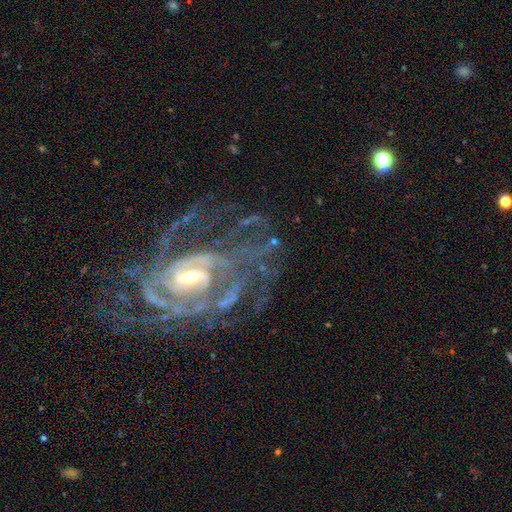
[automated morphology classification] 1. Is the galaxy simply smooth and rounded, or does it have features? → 88% featured or disk, 8% star or artifact, 4% smooth.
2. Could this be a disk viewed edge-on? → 97% no, 3% yes.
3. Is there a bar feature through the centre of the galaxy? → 45% weak, 28% no, 27% strong.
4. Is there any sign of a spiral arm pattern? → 95% yes, 5% no.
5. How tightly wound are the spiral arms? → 56% tight, 34% medium, 10% loose.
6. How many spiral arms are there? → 30% can't tell, 20% 2, 18% 3, 14% 4, 10% more than 4, 8% 1.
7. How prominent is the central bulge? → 46% small (tied), 46% moderate (tied), 5% large, 2% none, 1% dominant.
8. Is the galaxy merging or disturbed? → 58% none, 22% major disturbance, 18% minor disturbance, 3% merger.